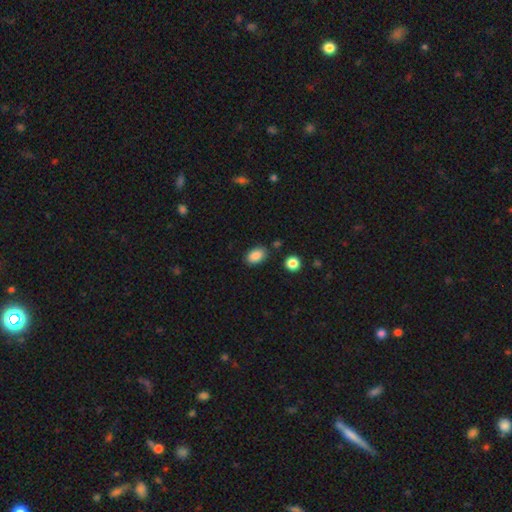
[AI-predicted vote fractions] A smooth galaxy with no disk features (87%) that is in between round and cigar-shaped (88%). Merging: none (82%).